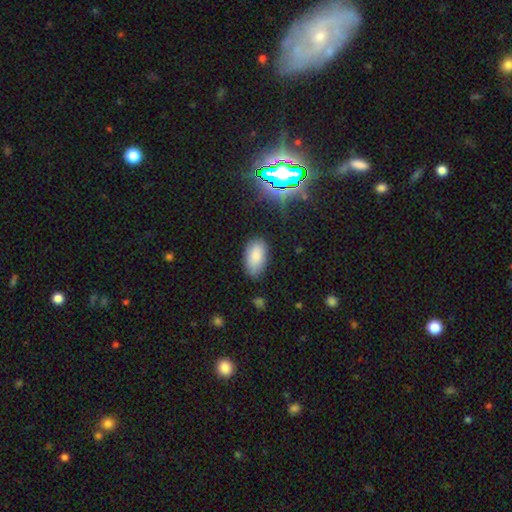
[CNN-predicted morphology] A smooth galaxy with no disk features (82%) that is in between round and cigar-shaped (94%). Merging: none (80%).